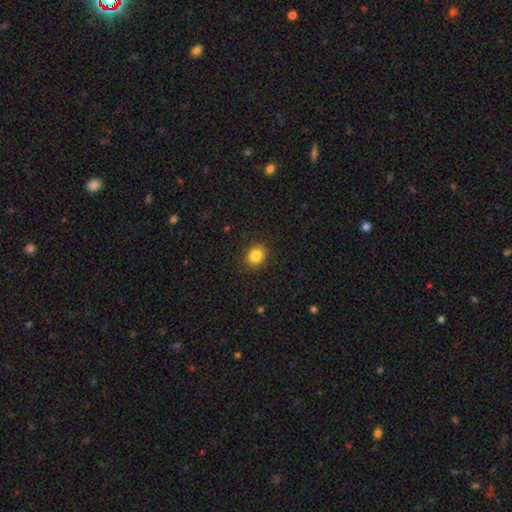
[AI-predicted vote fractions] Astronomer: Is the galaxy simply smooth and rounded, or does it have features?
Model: smooth — 84%.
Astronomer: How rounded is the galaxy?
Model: round — 73%.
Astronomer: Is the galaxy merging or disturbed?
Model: none — 89%.